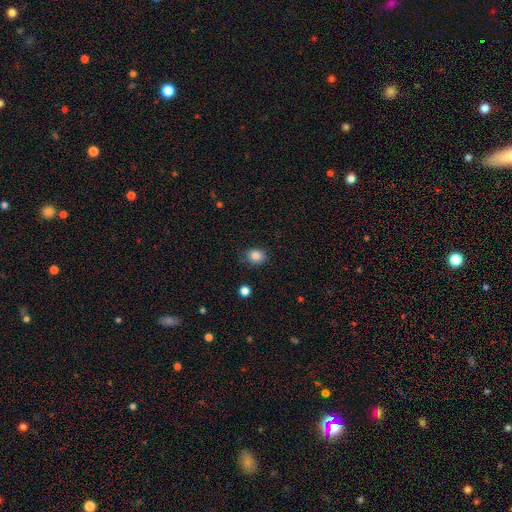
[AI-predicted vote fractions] Smooth or featured? Predicted: smooth (p=0.85). How rounded? Predicted: round (p=0.57). Merging? Predicted: none (p=0.77).